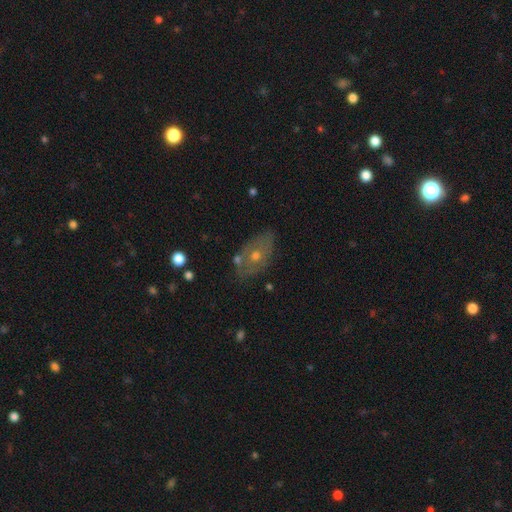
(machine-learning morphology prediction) type=featured or disk (54%); edge-on=no (89%); merging=none (67%).